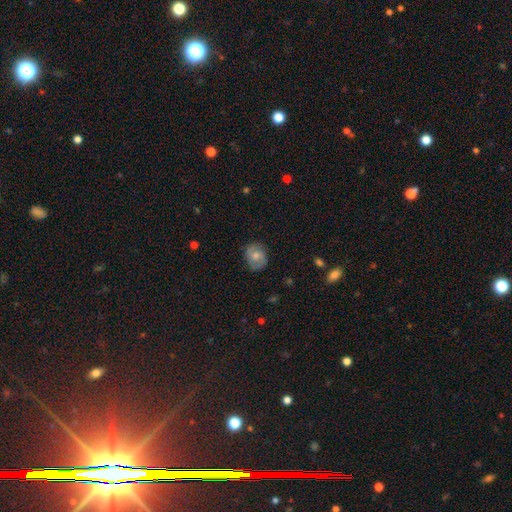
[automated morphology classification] Smooth or featured: smooth — 47% (featured or disk — 45%)
Merging: none — 78% (minor disturbance — 16%)